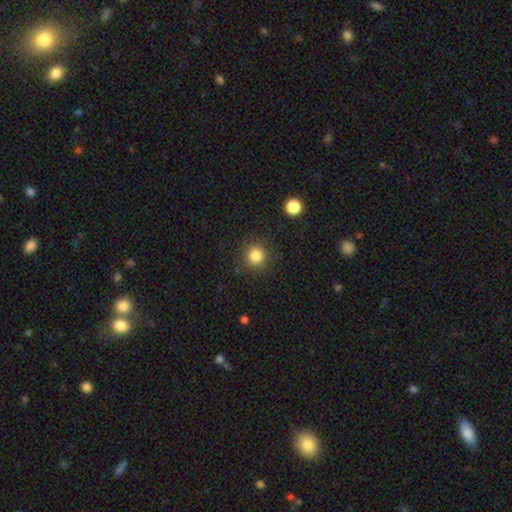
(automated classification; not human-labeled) A smooth galaxy with no disk features (83%) that is round (92%).

Vote fractions:
- Smooth or featured? smooth: 83% / star or artifact: 12% / featured or disk: 5%
- How rounded? round: 92% / in between: 7% / cigar-shaped: 1%
- Merging? none: 88% / minor disturbance: 7% / major disturbance: 3% / merger: 2%